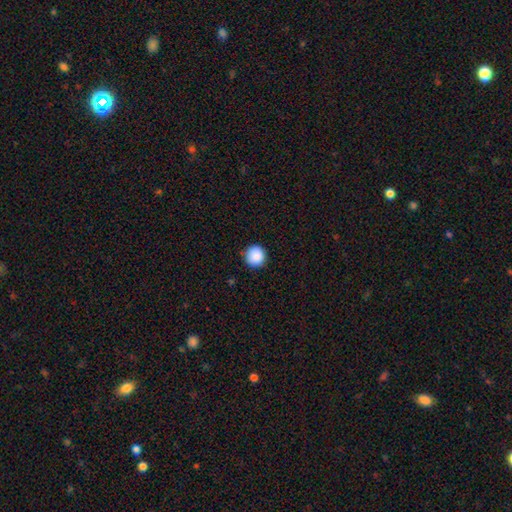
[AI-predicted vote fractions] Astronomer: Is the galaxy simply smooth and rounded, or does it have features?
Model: smooth — 89%.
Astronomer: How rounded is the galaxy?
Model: round — 95%.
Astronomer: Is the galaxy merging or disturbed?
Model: none — 91%.